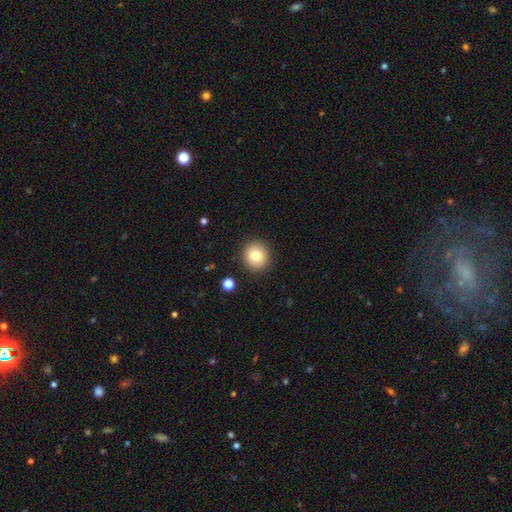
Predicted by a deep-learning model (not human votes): Morphology: type=smooth (81%); roundness=round (91%); merging=none (90%).